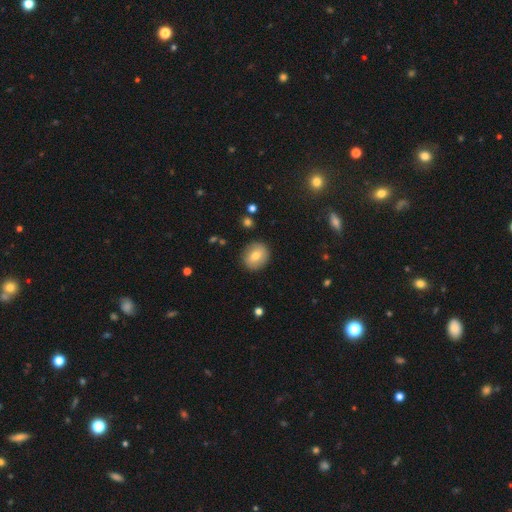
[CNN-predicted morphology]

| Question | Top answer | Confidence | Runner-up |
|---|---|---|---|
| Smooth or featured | smooth | 70% | featured or disk (22%) |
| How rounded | round | 76% | in between (23%) |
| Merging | none | 87% | minor disturbance (9%) |